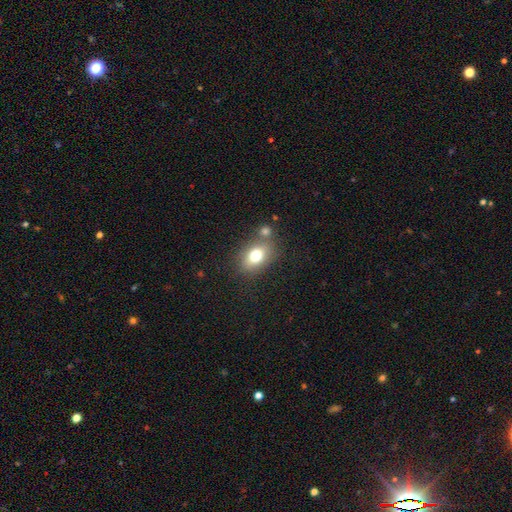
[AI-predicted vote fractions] A smooth galaxy with no disk features (75%) that is in between round and cigar-shaped (75%).

Vote fractions:
- Smooth or featured? smooth: 75% / featured or disk: 15% / star or artifact: 10%
- How rounded? in between: 75% / round: 23% / cigar-shaped: 2%
- Merging? none: 63% / merger: 19% / minor disturbance: 14% / major disturbance: 5%